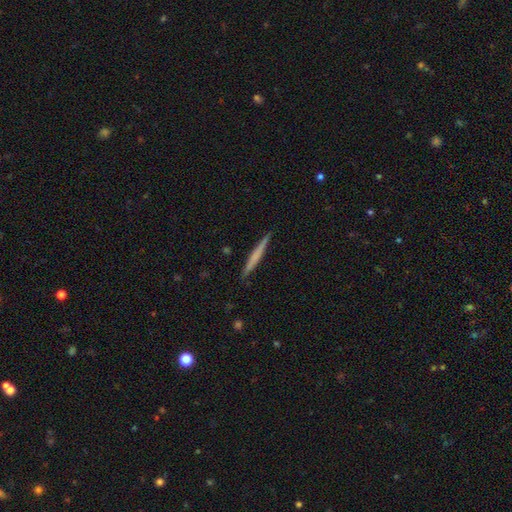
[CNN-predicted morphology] This appears to be a smooth galaxy with no disk features (53%) that is cigar-shaped (96%). Merging: none (90%).